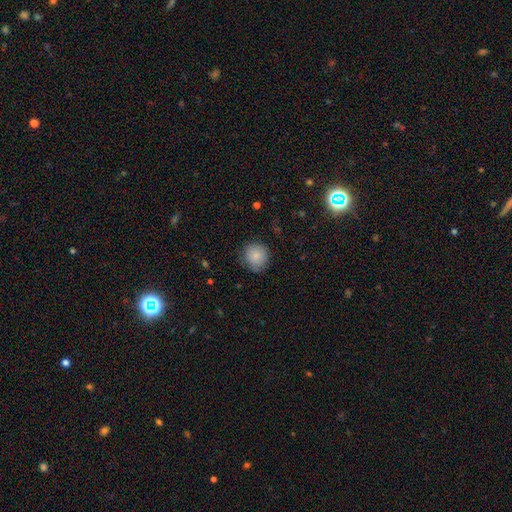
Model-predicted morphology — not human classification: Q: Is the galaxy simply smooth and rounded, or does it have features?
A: smooth — 84%.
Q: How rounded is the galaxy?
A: round — 89%.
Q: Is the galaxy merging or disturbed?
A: none — 80%.